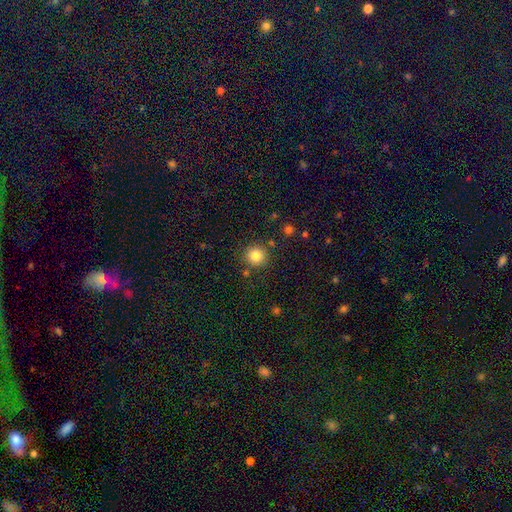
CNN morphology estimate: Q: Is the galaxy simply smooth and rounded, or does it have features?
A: smooth — 84%.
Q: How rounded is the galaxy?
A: round — 94%.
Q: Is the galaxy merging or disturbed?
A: none — 86%.